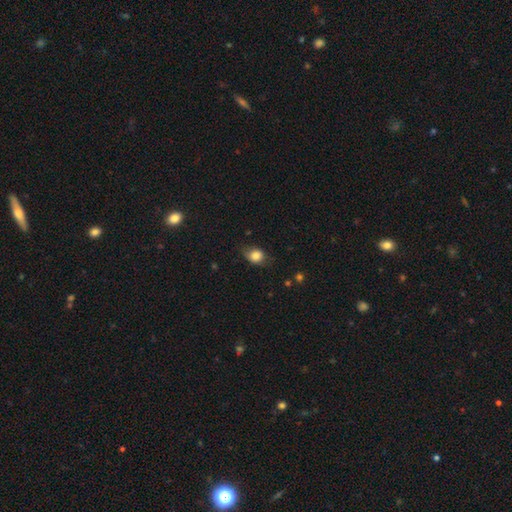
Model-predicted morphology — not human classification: smooth-or-featured: smooth: 81% | featured or disk: 10% | star or artifact: 9%
  how-rounded: in between: 52% | round: 47% | cigar-shaped: 1%
  merging: none: 64% | minor disturbance: 27% | major disturbance: 7% | merger: 1%